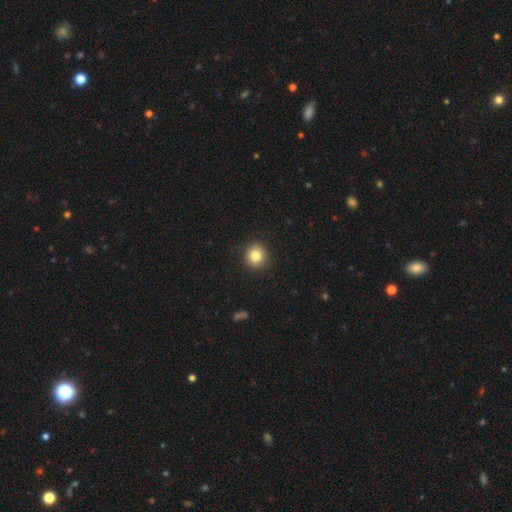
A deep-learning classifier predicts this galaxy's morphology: The model was most divided on "smooth or featured": smooth: 81%, star or artifact: 10%, featured or disk: 8%. More confident: merging — none (90%); how rounded — round (88%).